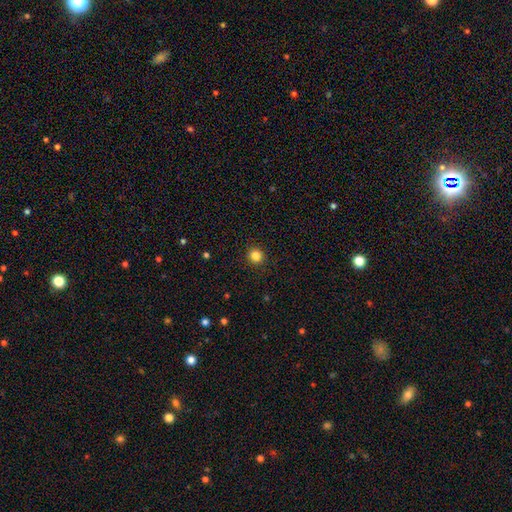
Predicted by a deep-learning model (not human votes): A smooth galaxy with no disk features (84%) that is round (93%). Merging: none (92%).